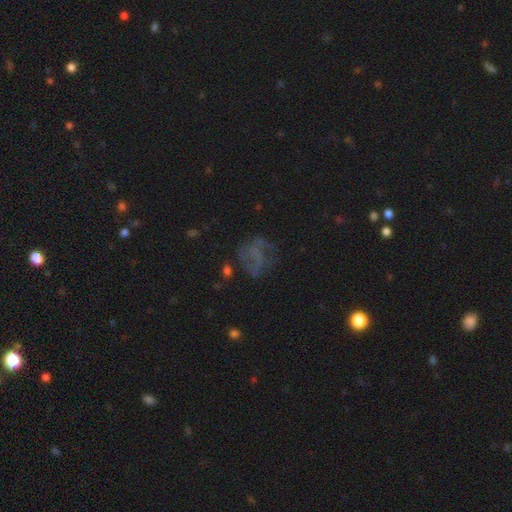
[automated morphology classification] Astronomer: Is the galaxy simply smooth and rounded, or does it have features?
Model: featured or disk — 47% (runner-up: smooth, 29%).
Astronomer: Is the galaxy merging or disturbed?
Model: none — 50% (runner-up: major disturbance, 27%).